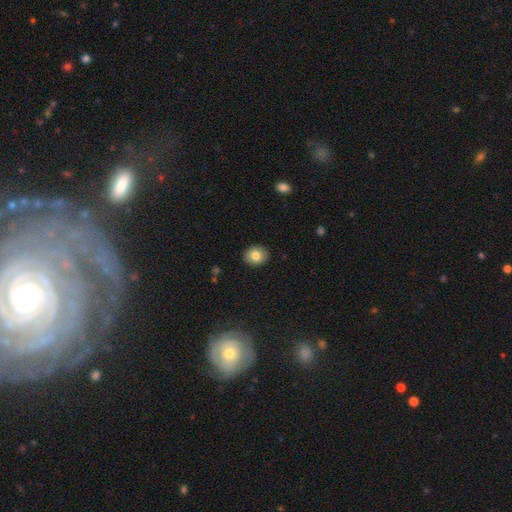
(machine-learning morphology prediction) Smooth or featured: smooth — 82% (featured or disk — 10%)
How rounded: round — 67% (in between — 32%)
Merging: none — 91% (minor disturbance — 7%)